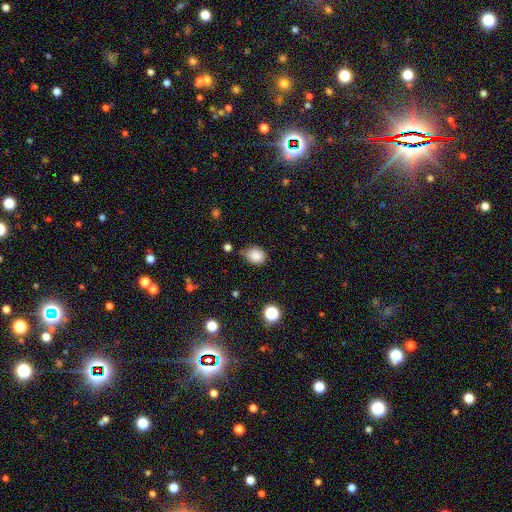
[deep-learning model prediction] Smooth or featured? smooth (86%)
How rounded? round (50%)
Merging? none (64%)